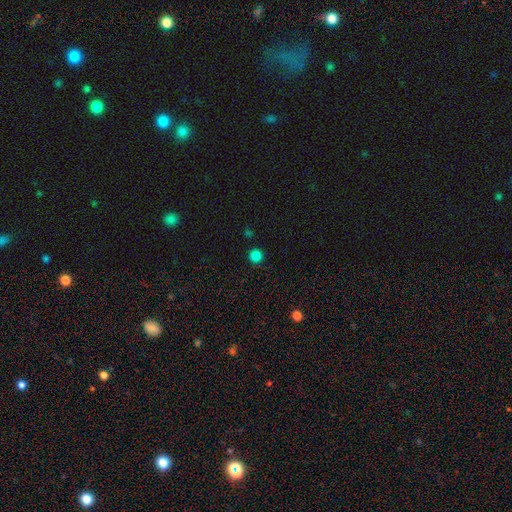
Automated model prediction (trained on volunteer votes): Q: Smooth or featured?
A: smooth (84%); runner-up: star or artifact (14%)
Q: How rounded?
A: round (96%); runner-up: in between (3%)
Q: Merging?
A: none (92%); runner-up: minor disturbance (5%)